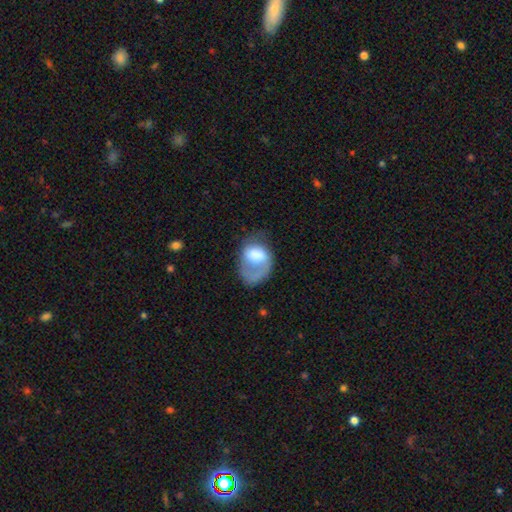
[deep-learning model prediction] Smooth or featured: smooth — 53% (featured or disk — 40%)
How rounded: in between — 66% (round — 33%)
Merging: major disturbance — 48% (none — 25%)